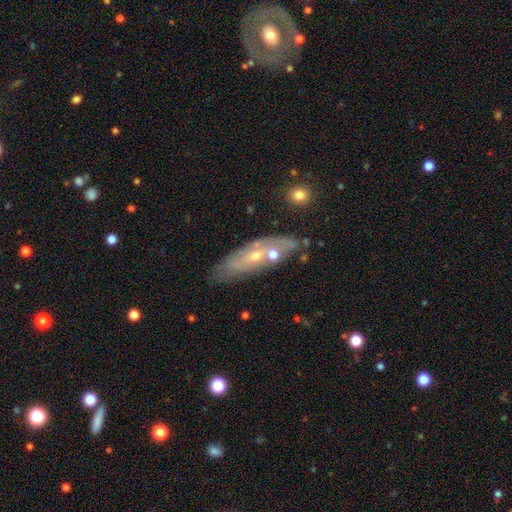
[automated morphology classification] Smooth or featured?
  - featured or disk: 61% *
  - smooth: 31%
  - star or artifact: 8%
Edge-on disk?
  - no: 74% *
  - yes: 26%
Merging?
  - none: 60% *
  - minor disturbance: 20%
  - merger: 14%
  - major disturbance: 6%